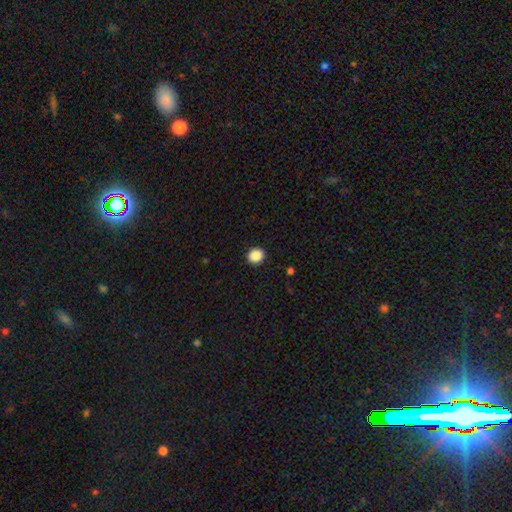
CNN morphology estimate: Smooth or featured? smooth (88%)
How rounded? round (83%)
Merging? none (92%)